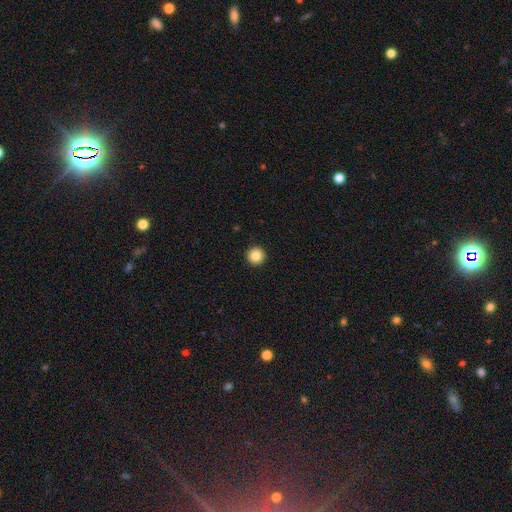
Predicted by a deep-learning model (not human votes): smooth_or_featured: smooth (p=0.85) [alt: star or artifact p=0.10]
how_rounded: round (p=0.97) [alt: in between p=0.02]
merging: none (p=0.94) [alt: minor disturbance p=0.04]